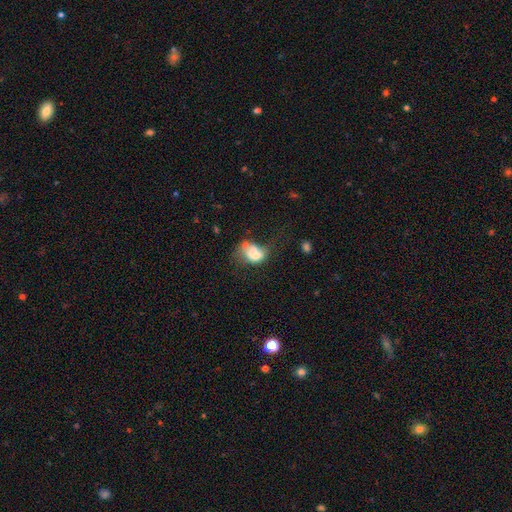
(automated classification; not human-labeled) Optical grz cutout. It shows a smooth galaxy with no disk features (60%) that is in between round and cigar-shaped (70%). Merging: merger (30%).